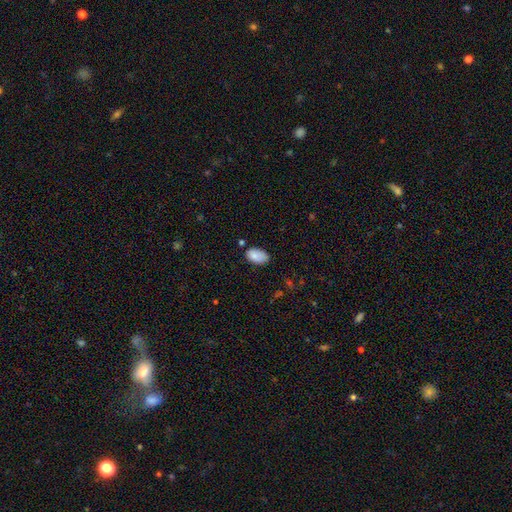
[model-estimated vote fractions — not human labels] A smooth galaxy with no disk features (84%) that is in between round and cigar-shaped (94%). Merging: none (66%).